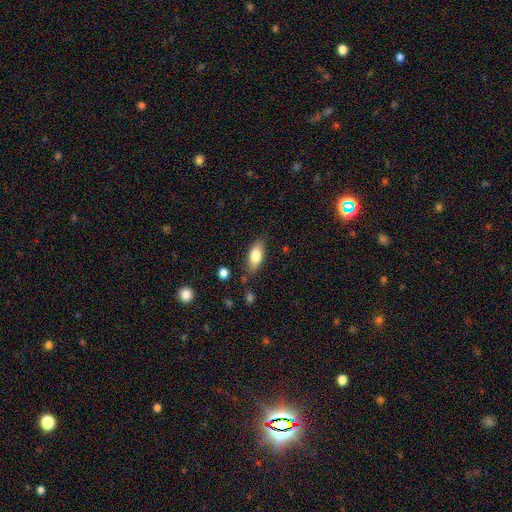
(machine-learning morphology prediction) type=smooth (77%); roundness=in between (83%); merging=none (79%).